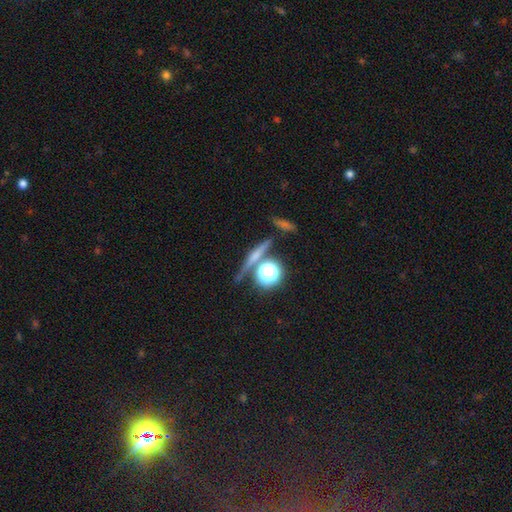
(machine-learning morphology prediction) A smooth galaxy with no disk features (39%). Merging: none (74%).